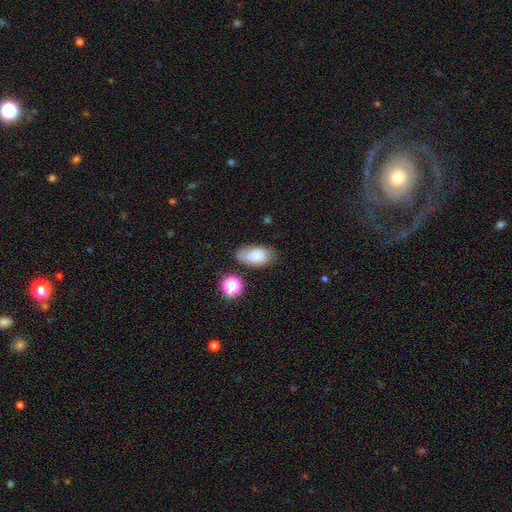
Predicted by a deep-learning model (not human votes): smooth_or_featured: smooth (p=0.75) [alt: featured or disk p=0.15]
how_rounded: in between (p=0.91) [alt: round p=0.06]
merging: none (p=0.64) [alt: minor disturbance p=0.24]